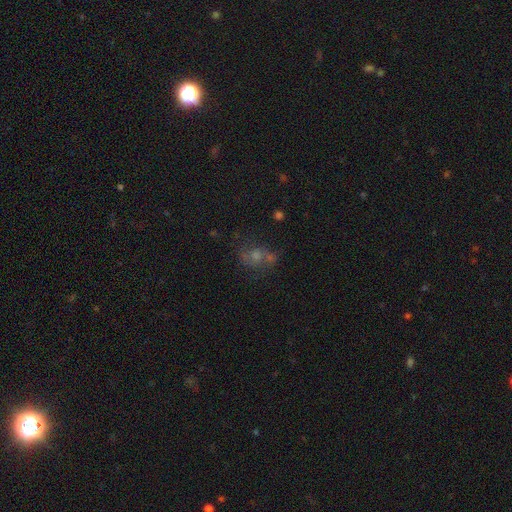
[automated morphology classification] featured or disk 35% (tied), smooth 35% (tied), star or artifact 30%. Down the decision tree: merging — none (52%).